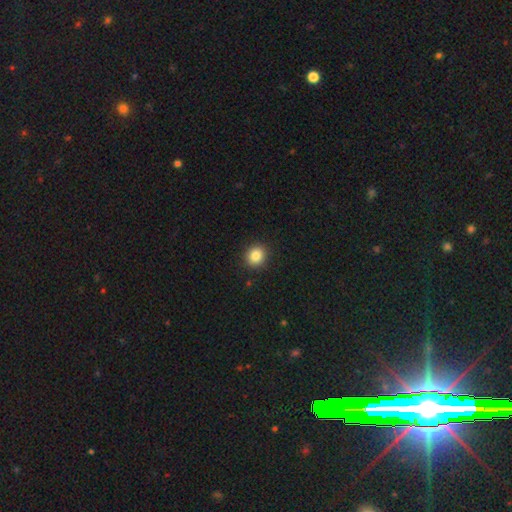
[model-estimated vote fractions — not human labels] The model was most divided on "how rounded": round: 78%, in between: 21%, cigar-shaped: 1%. More confident: merging — none (91%); smooth or featured — smooth (85%).